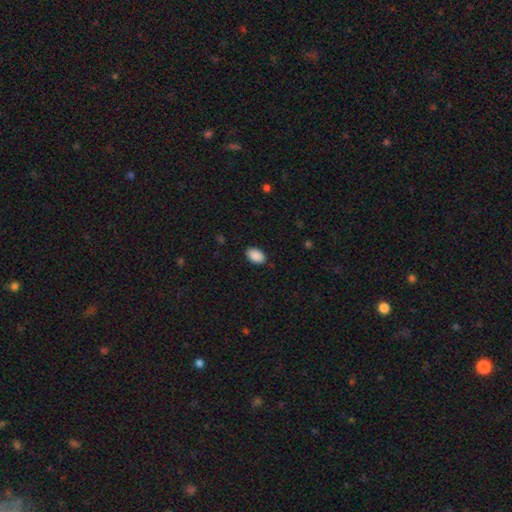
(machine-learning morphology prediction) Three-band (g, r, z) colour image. It shows a smooth galaxy with no disk features (91%) that is in between round and cigar-shaped (90%). Merging: none (87%).